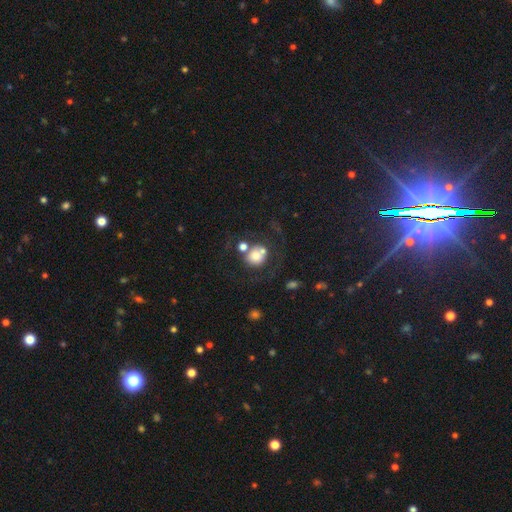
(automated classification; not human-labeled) A smooth galaxy with no disk features (69%) that is round (83%).

Vote fractions:
- Smooth or featured? smooth: 69% / featured or disk: 19% / star or artifact: 12%
- How rounded? round: 83% / in between: 16% / cigar-shaped: 1%
- Merging? none: 45% / merger: 26% / major disturbance: 15% / minor disturbance: 14%